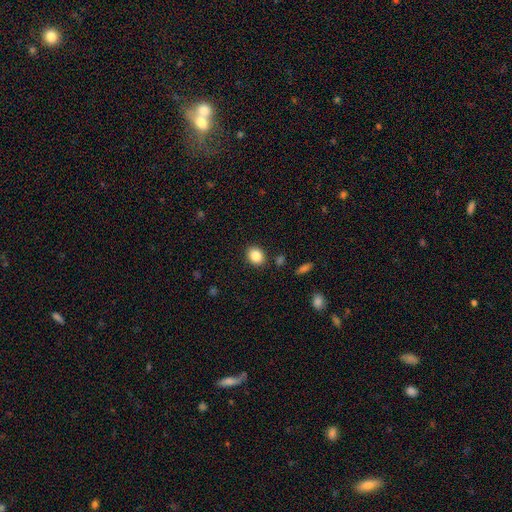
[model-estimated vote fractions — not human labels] Smooth or featured? Predicted: smooth (p=0.87). How rounded? Predicted: in between (p=0.51). Merging? Predicted: none (p=0.87).